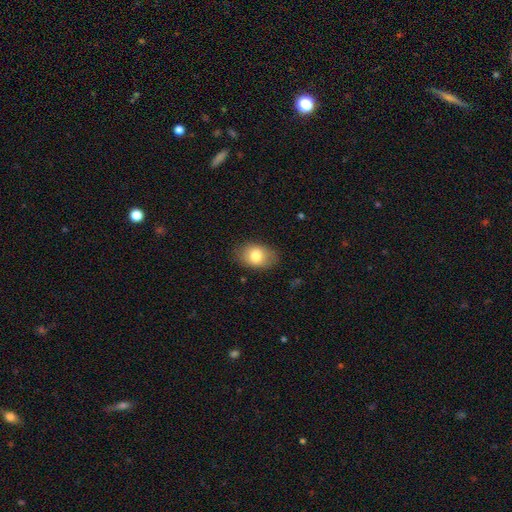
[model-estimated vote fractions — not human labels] Smooth or featured: smooth — 79% (featured or disk — 13%)
How rounded: in between — 81% (round — 18%)
Merging: none — 82% (minor disturbance — 14%)